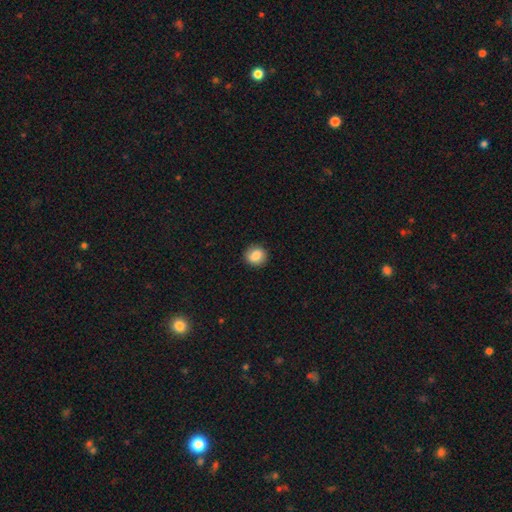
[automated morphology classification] Smooth or featured?
  - smooth: 85% *
  - star or artifact: 9%
  - featured or disk: 6%
How rounded?
  - round: 80% *
  - in between: 18%
  - cigar-shaped: 1%
Merging?
  - none: 89% *
  - minor disturbance: 8%
  - major disturbance: 2%
  - merger: 1%